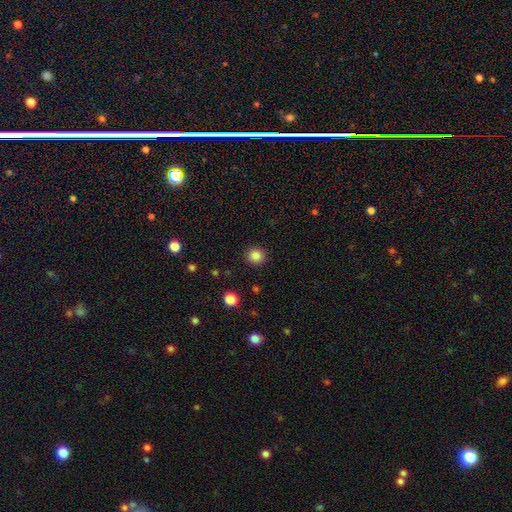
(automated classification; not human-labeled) Smooth or featured?
  - smooth: 85% *
  - star or artifact: 12%
  - featured or disk: 4%
How rounded?
  - round: 91% *
  - in between: 8%
  - cigar-shaped: 1%
Merging?
  - none: 91% *
  - minor disturbance: 6%
  - major disturbance: 2%
  - merger: 1%